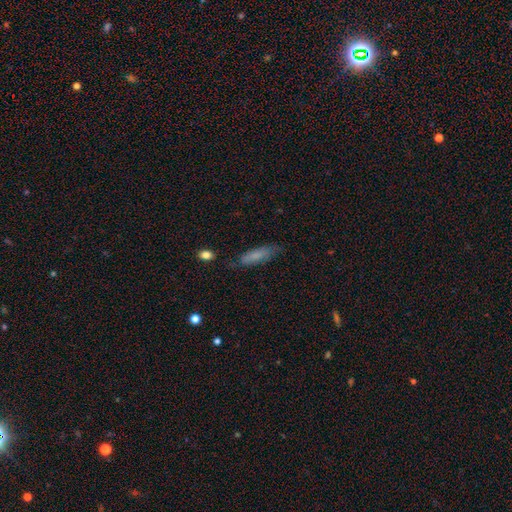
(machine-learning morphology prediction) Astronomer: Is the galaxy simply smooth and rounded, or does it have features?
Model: smooth — 74%.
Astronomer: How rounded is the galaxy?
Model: cigar-shaped — 64%.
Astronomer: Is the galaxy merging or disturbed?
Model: none — 72%.